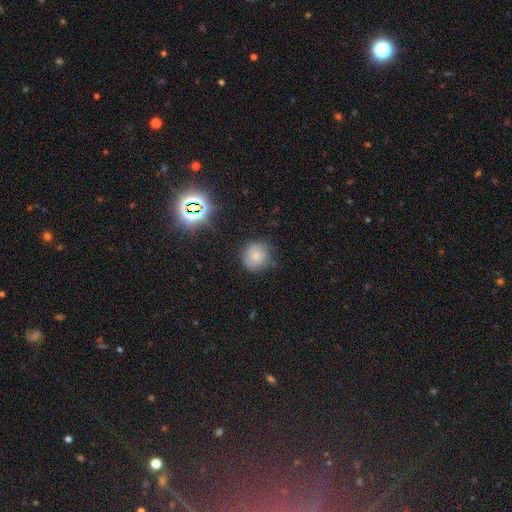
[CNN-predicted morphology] A smooth galaxy with no disk features (74%) that is round (89%). Merging: none (77%).